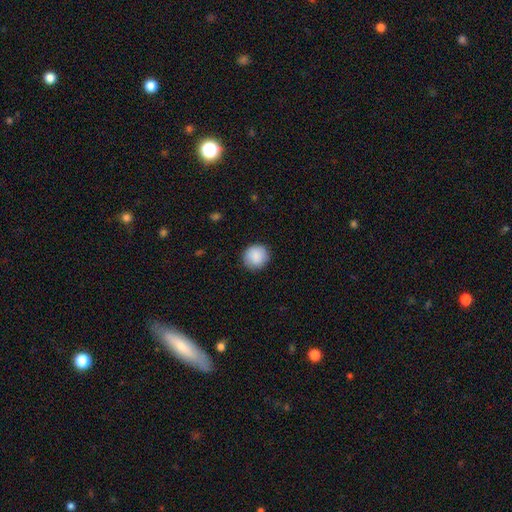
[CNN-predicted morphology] This appears to be a smooth galaxy with no disk features (89%) that is round (92%). Merging: none (88%).